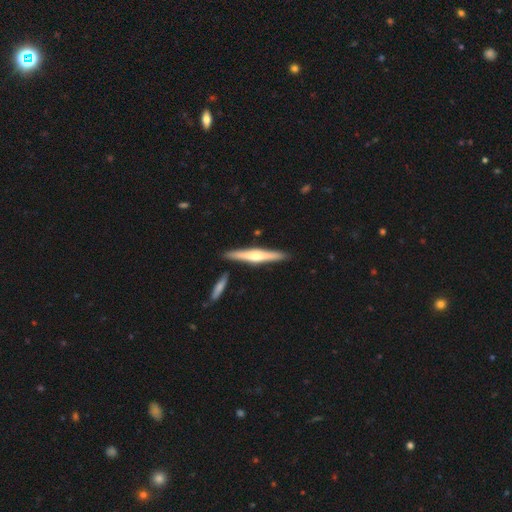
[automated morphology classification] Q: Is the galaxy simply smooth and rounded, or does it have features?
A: featured or disk — 61%.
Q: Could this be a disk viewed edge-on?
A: yes — 97%.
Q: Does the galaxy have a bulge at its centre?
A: rounded — 85%.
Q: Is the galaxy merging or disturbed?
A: none — 87%.